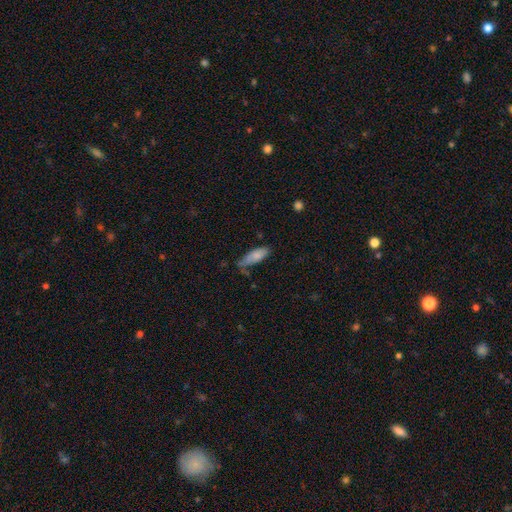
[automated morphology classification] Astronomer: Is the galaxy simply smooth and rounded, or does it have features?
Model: smooth — 82%.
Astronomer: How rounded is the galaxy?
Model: in between — 68%.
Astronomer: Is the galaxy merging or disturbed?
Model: none — 50% (runner-up: minor disturbance, 33%).